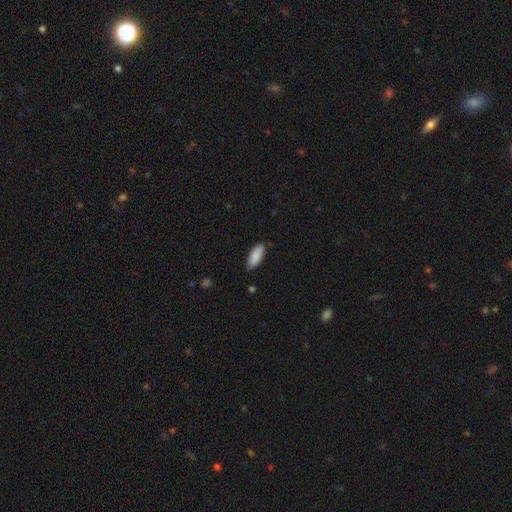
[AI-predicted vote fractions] Q: Smooth or featured?
A: smooth (89%); runner-up: featured or disk (6%)
Q: How rounded?
A: in between (78%); runner-up: cigar-shaped (21%)
Q: Merging?
A: none (84%); runner-up: minor disturbance (13%)